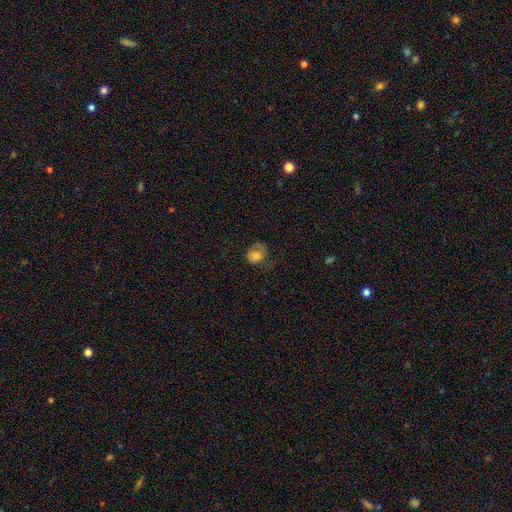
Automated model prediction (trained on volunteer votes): Smooth or featured?
  - smooth: 75% *
  - featured or disk: 14%
  - star or artifact: 10%
How rounded?
  - round: 58% *
  - in between: 42%
  - cigar-shaped: 1%
Merging?
  - none: 39% *
  - major disturbance: 30%
  - minor disturbance: 29%
  - merger: 2%